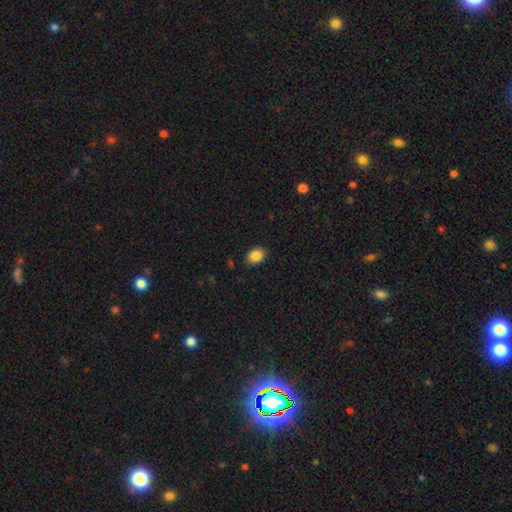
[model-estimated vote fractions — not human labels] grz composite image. It shows a smooth galaxy with no disk features (87%) that is in between round and cigar-shaped (75%). Merging: none (88%).